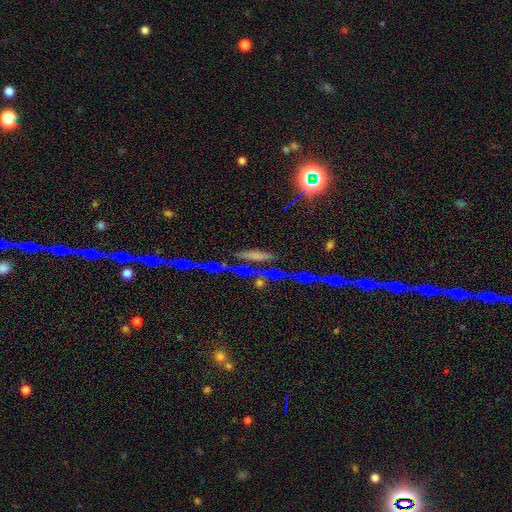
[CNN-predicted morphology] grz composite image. It shows a star or artifact, not a galaxy (37%).